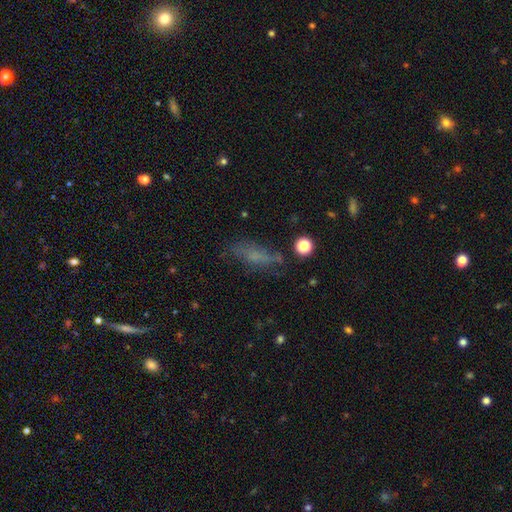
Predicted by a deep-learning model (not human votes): A smooth galaxy with no disk features (52%) that is in between round and cigar-shaped (55%). Merging: none (57%).